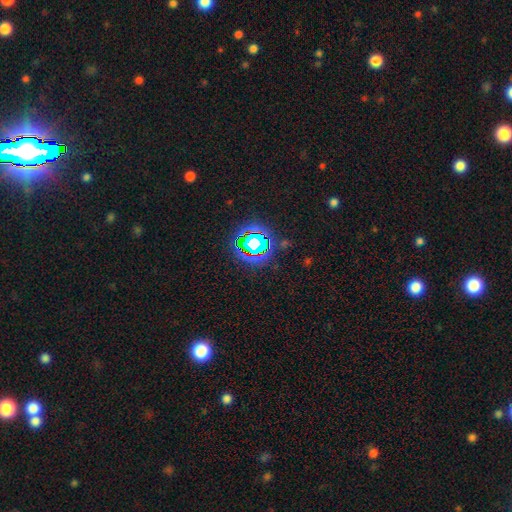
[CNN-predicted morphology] star or artifact 80%, smooth 13%, featured or disk 8%.